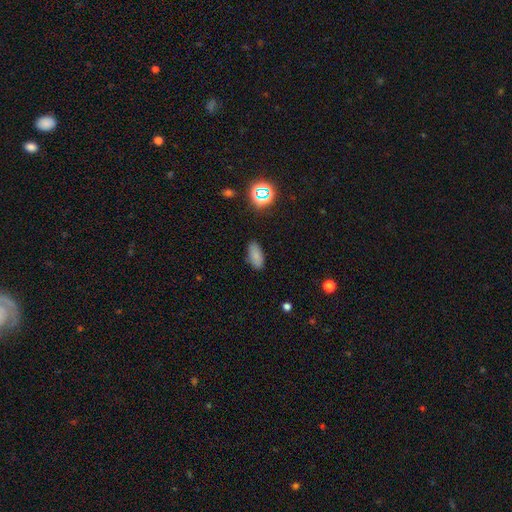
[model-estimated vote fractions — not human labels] A smooth galaxy with no disk features (80%) that is in between round and cigar-shaped (89%). Merging: none (84%).